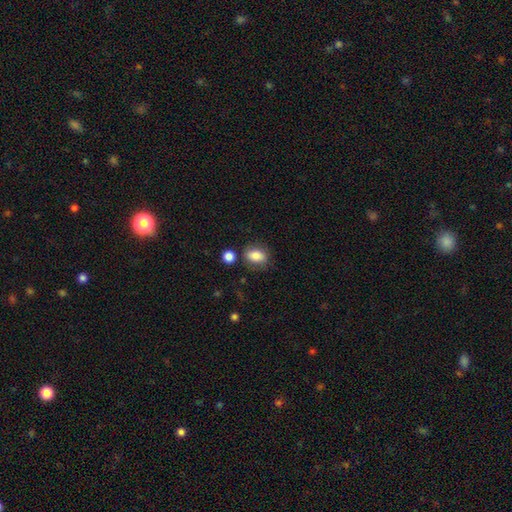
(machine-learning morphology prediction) smooth 84%, star or artifact 8%, featured or disk 8%. Down the decision tree: how rounded — in between (75%); merging — none (72%).